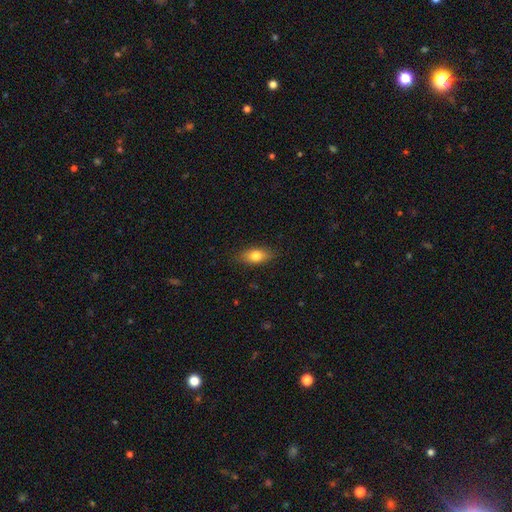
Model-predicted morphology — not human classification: Smooth or featured? smooth (77%)
How rounded? in between (82%)
Merging? none (85%)